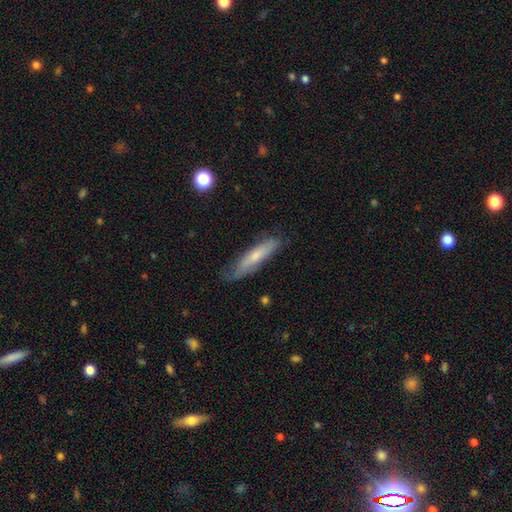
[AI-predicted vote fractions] Overall: smooth (59%; featured or disk 34%). How rounded: cigar-shaped (82%). Merging: none (71%).